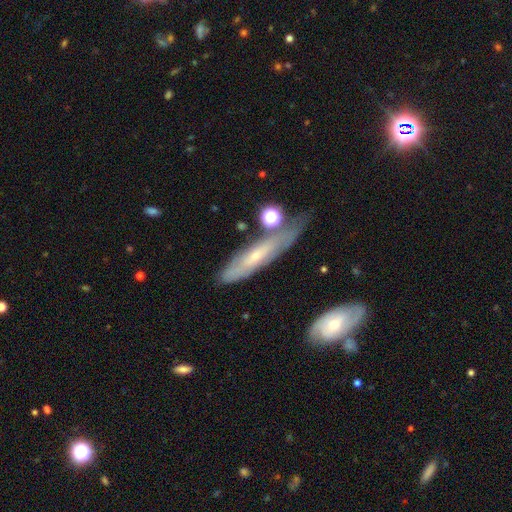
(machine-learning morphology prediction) This is possibly a featured or disk galaxy (55%). It is possibly not viewed edge-on (55%). Merging: possibly none (57%).